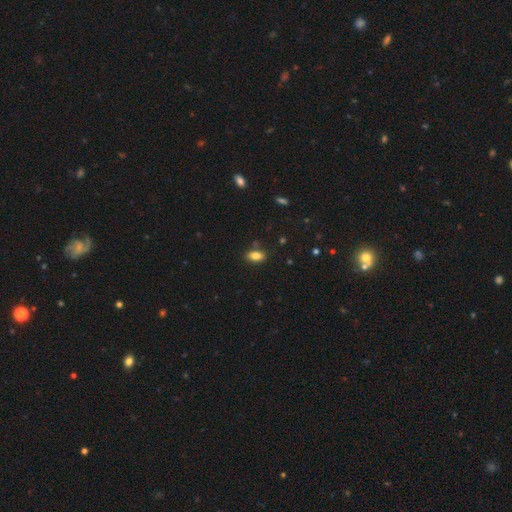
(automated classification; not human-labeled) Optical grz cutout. It shows a smooth galaxy with no disk features (83%) that is in between round and cigar-shaped (88%). Merging: none (79%).